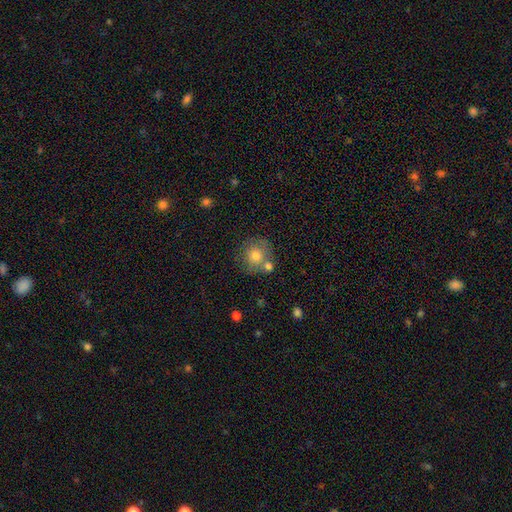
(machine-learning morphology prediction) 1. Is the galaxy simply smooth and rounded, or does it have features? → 75% smooth, 16% featured or disk, 9% star or artifact.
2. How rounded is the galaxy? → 89% round, 10% in between, 1% cigar-shaped.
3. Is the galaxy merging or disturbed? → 62% none, 19% merger, 14% minor disturbance, 5% major disturbance.